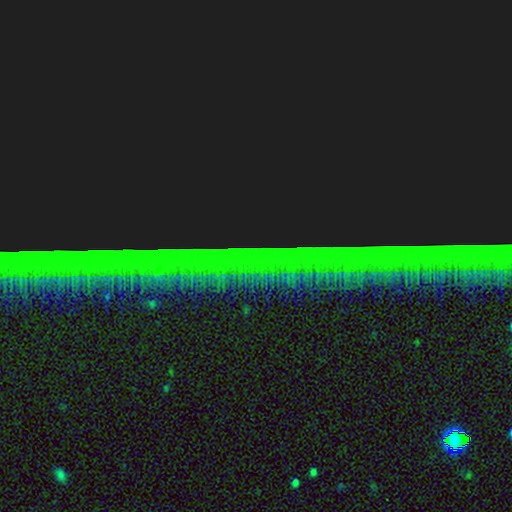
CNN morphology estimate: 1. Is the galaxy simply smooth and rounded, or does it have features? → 88% star or artifact, 7% featured or disk, 6% smooth.